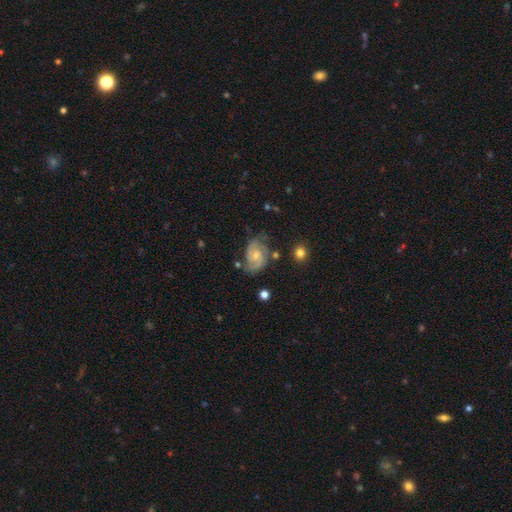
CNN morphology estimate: featured or disk 79%, smooth 14%, star or artifact 7%. Down the decision tree: edge-on disk — no (97%); bar — no (60%); spiral arms — yes (95%); spiral arm count — 2 (77%); spiral winding — medium (48%); bulge size — small (52%); merging — none (61%).